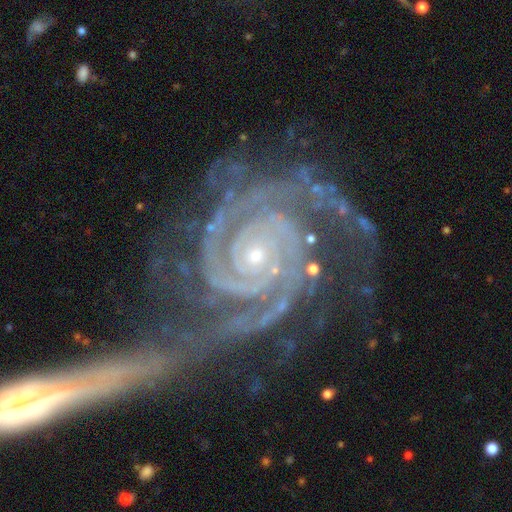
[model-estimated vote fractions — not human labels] Smooth or featured? Predicted: featured or disk (p=0.94). Edge-on disk? Predicted: no (p=0.98). Bar? Predicted: no (p=0.73). Spiral arms? Predicted: yes (p=0.99). Spiral winding? Predicted: tight (p=0.80). Spiral arm count? Predicted: 2 (p=0.49). Bulge size? Predicted: small (p=0.79). Merging? Predicted: none (p=0.35).